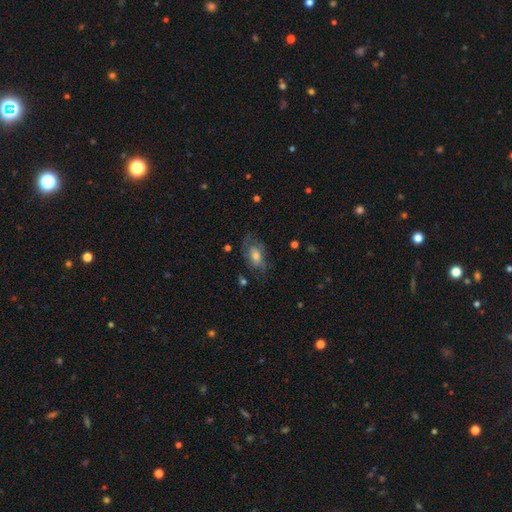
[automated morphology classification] This is possibly a featured or disk galaxy (50%). It is clearly not viewed edge-on (91%). Merging: likely none (61%).